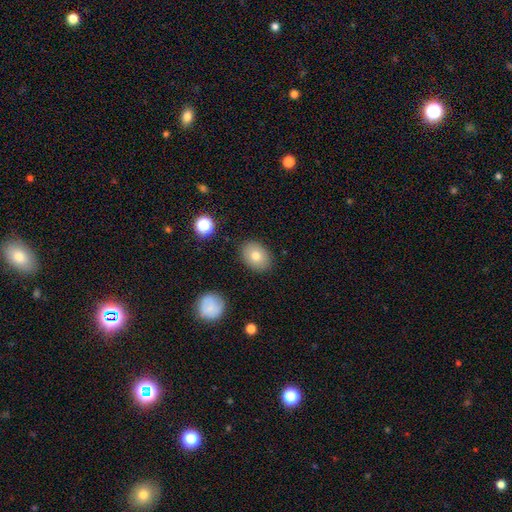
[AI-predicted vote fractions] The model was most divided on "how rounded": in between: 68%, round: 31%, cigar-shaped: 1%. More confident: merging — none (86%); smooth or featured — smooth (78%).